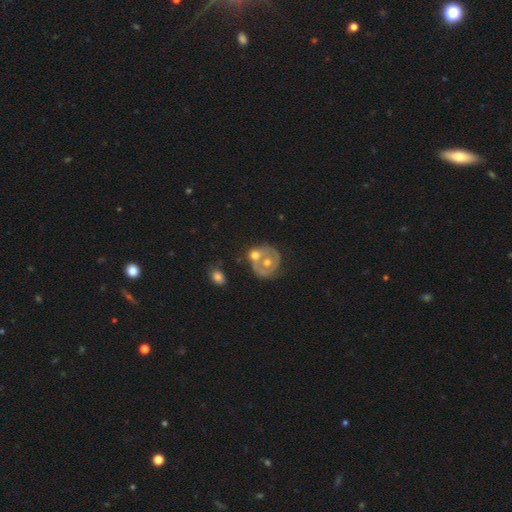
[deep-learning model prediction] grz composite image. It shows a featured or disk galaxy (56%) with no bar (87%), no spiral arms (73%) and a moderate central bulge (73%). Merging: none (41%).